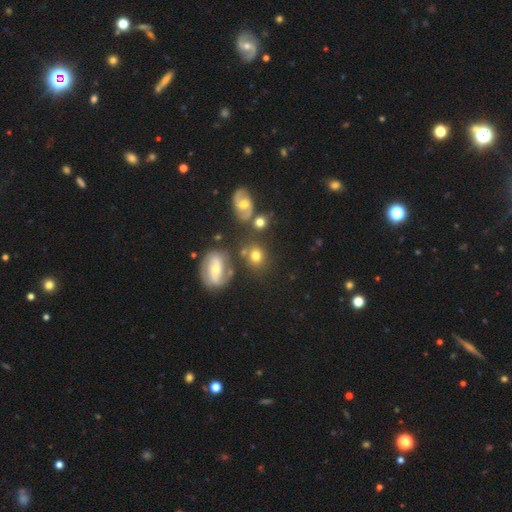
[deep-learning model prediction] The model was most divided on "how rounded": round: 65%, in between: 33%, cigar-shaped: 1%. More confident: smooth or featured — smooth (70%); merging — none (66%).